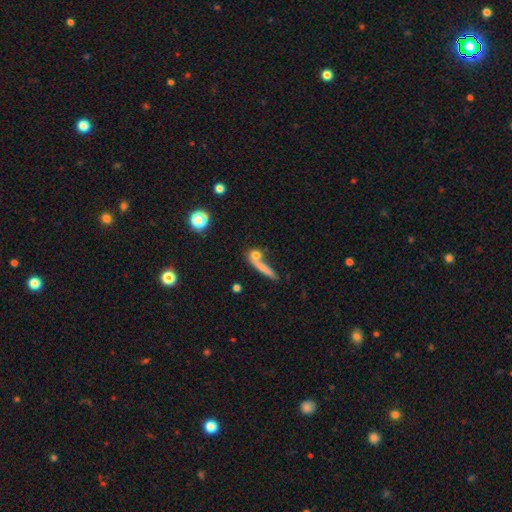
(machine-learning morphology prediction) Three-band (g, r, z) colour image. It shows a smooth galaxy with no disk features (69%) that is cigar-shaped (46%). Merging: none (55%).